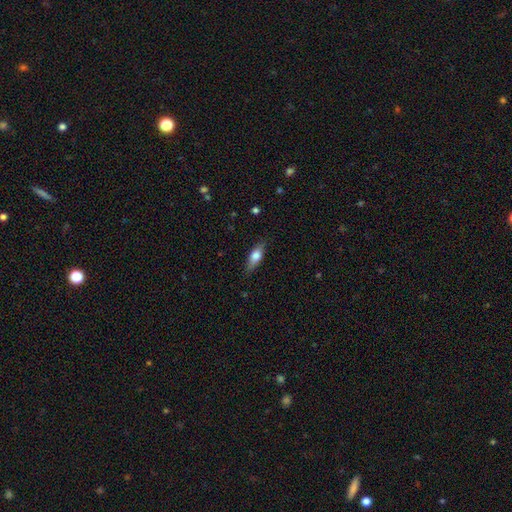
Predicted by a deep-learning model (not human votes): The model was most divided on "how rounded": in between: 65%, cigar-shaped: 31%, round: 4%. More confident: merging — none (82%); smooth or featured — smooth (68%).